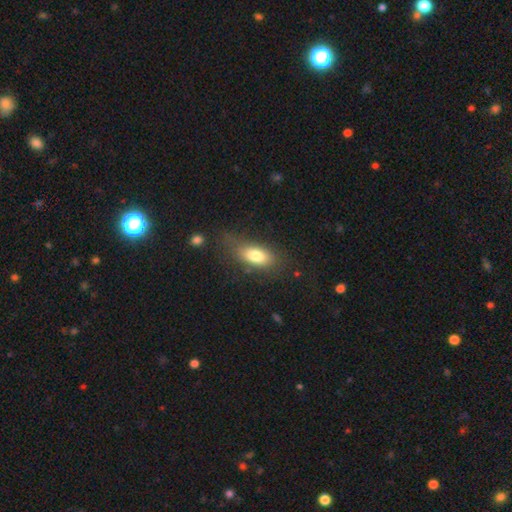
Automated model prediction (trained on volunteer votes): A smooth galaxy with no disk features (76%) that is in between round and cigar-shaped (84%).

Vote fractions:
- Smooth or featured? smooth: 76% / featured or disk: 16% / star or artifact: 8%
- How rounded? in between: 84% / cigar-shaped: 12% / round: 5%
- Merging? none: 63% / minor disturbance: 22% / major disturbance: 12% / merger: 3%